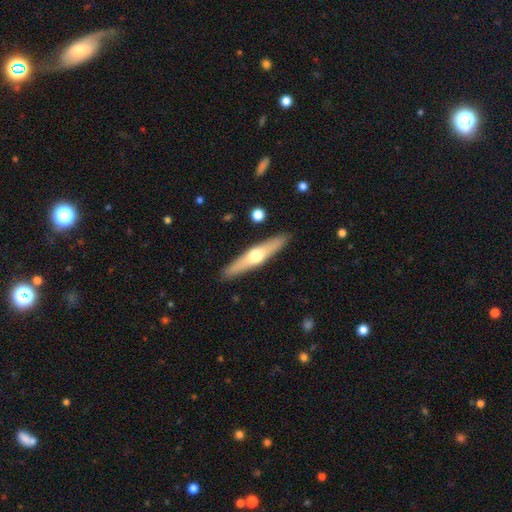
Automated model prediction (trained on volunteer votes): Morphology: type=featured or disk (55%); edge-on=yes (92%); edge-on bulge=rounded (92%); merging=none (90%).